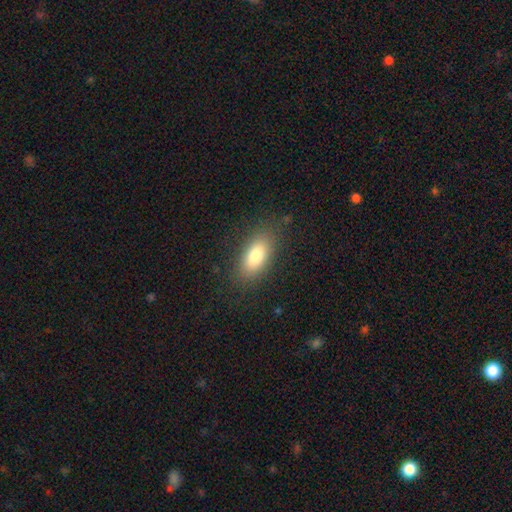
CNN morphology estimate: smooth-or-featured: smooth: 79% | featured or disk: 13% | star or artifact: 9%
  how-rounded: in between: 87% | cigar-shaped: 8% | round: 5%
  merging: none: 83% | minor disturbance: 11% | major disturbance: 4% | merger: 1%